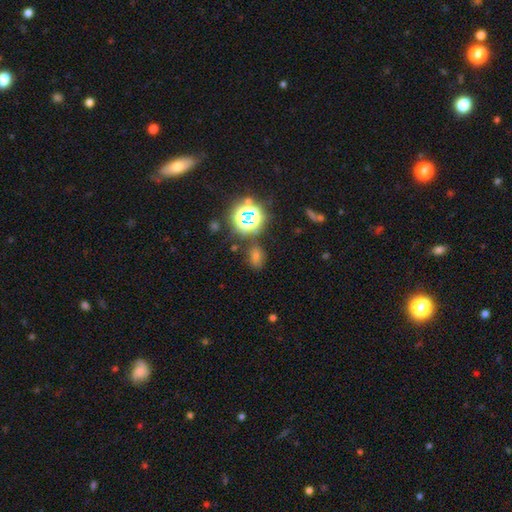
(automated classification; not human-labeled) Smooth or featured? Predicted: star or artifact (p=0.47).